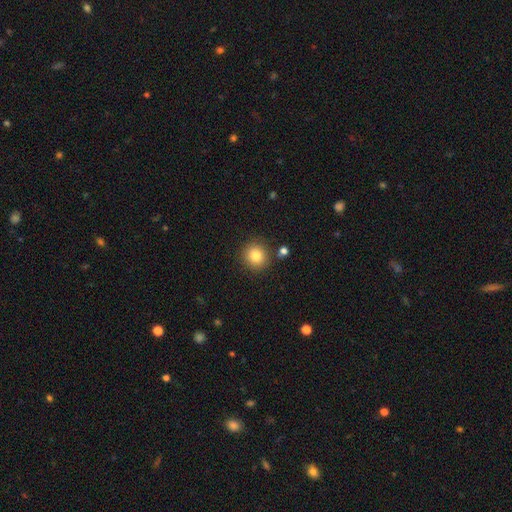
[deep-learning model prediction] This appears to be a smooth galaxy with no disk features (83%) that is round (90%). Merging: none (87%).